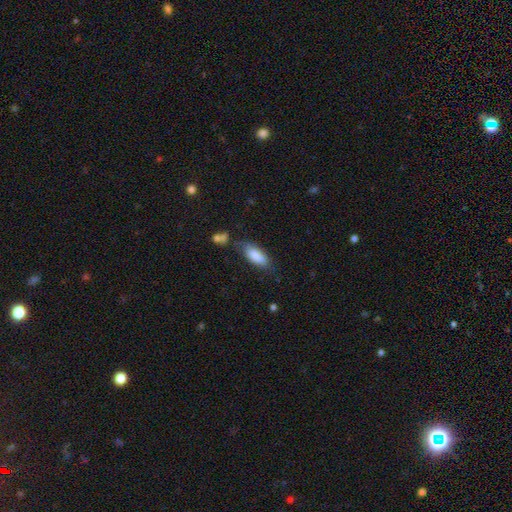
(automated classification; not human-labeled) This appears to be a smooth galaxy with no disk features (84%) that is in between round and cigar-shaped (80%). Merging: none (65%).